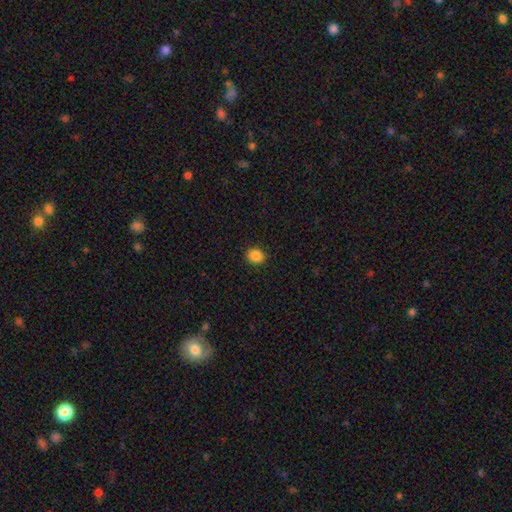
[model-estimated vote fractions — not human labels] This appears to be a smooth galaxy with no disk features (87%) that is round (70%). Merging: none (91%).